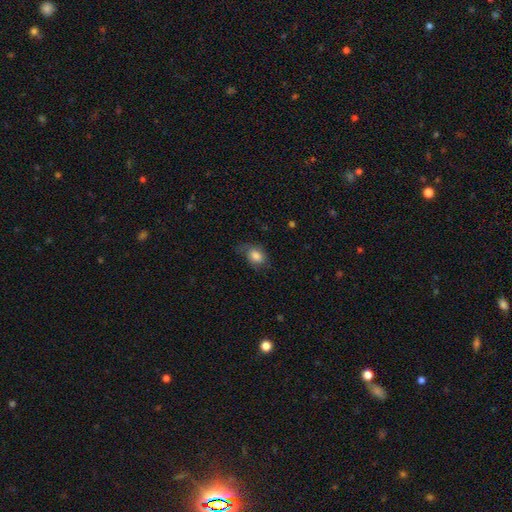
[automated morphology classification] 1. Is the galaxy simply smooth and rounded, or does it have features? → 80% smooth, 12% featured or disk, 8% star or artifact.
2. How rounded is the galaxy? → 73% in between, 25% round, 2% cigar-shaped.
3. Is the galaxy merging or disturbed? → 55% none, 30% minor disturbance, 14% major disturbance, 1% merger.